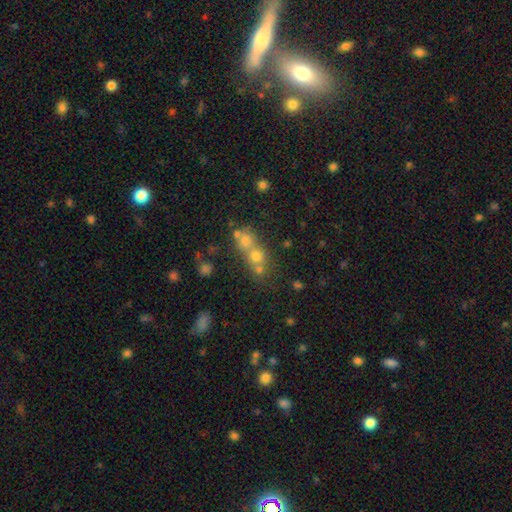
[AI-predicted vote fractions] Smooth or featured?
  - smooth: 58% *
  - star or artifact: 22%
  - featured or disk: 20%
How rounded?
  - round: 79% *
  - in between: 19%
  - cigar-shaped: 2%
Merging?
  - merger: 58% *
  - none: 33%
  - minor disturbance: 6%
  - major disturbance: 4%